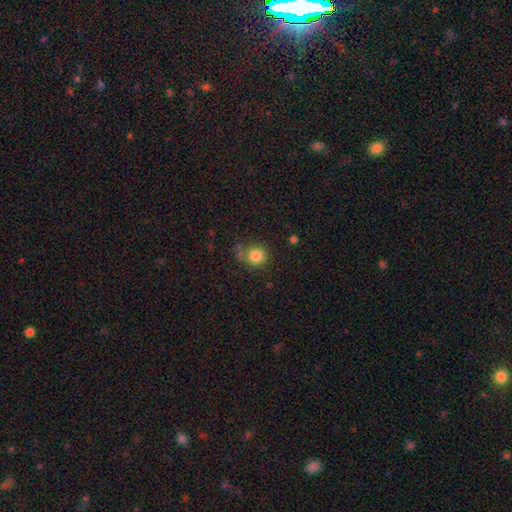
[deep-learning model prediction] Smooth or featured?
  - smooth: 83% *
  - star or artifact: 11%
  - featured or disk: 5%
How rounded?
  - round: 89% *
  - in between: 10%
  - cigar-shaped: 1%
Merging?
  - none: 70% *
  - minor disturbance: 15%
  - merger: 10%
  - major disturbance: 5%